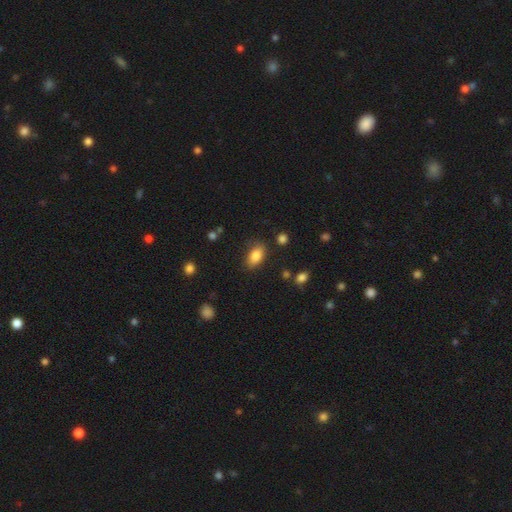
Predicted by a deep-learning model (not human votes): Smooth or featured: smooth — 84% (star or artifact — 8%)
How rounded: in between — 89% (round — 7%)
Merging: none — 79% (minor disturbance — 15%)